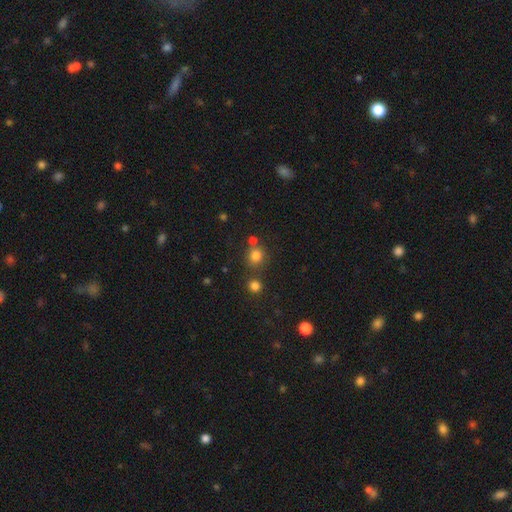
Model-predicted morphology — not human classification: smooth_or_featured: smooth (p=0.79) [alt: star or artifact p=0.15]
how_rounded: round (p=0.85) [alt: in between p=0.14]
merging: none (p=0.68) [alt: merger p=0.19]